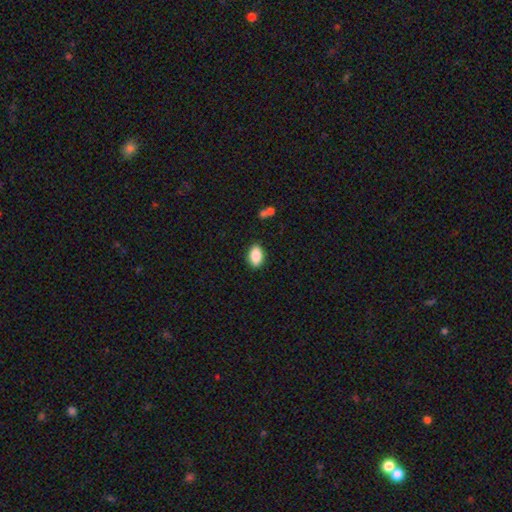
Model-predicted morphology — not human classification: smooth_or_featured: smooth (p=0.87) [alt: star or artifact p=0.07]
how_rounded: in between (p=0.89) [alt: round p=0.10]
merging: none (p=0.88) [alt: minor disturbance p=0.09]